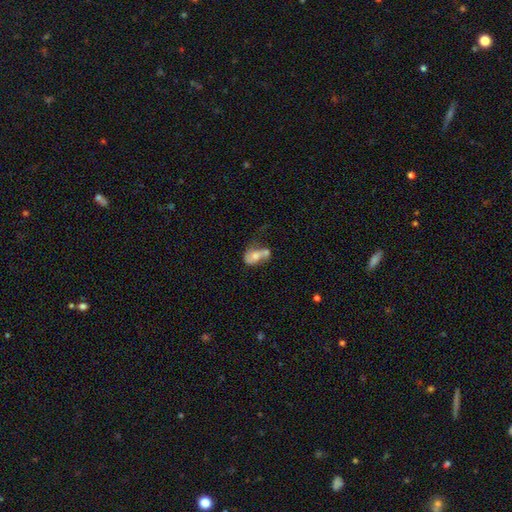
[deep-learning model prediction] featured or disk 46%, smooth 44%, star or artifact 9%. Down the decision tree: merging — merger (42%).